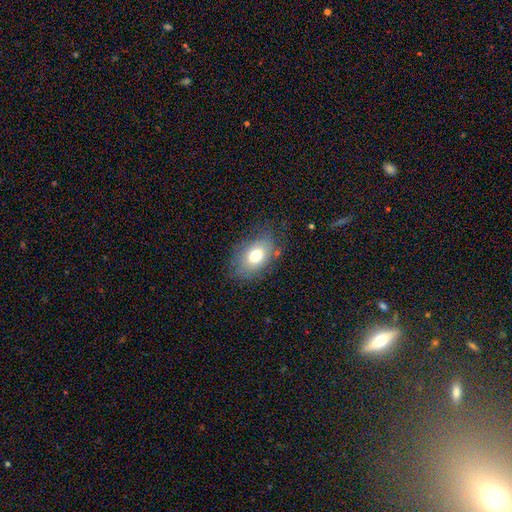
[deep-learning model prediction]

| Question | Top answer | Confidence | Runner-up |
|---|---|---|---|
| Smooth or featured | smooth | 73% | featured or disk (18%) |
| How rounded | in between | 83% | round (15%) |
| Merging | none | 74% | minor disturbance (17%) |